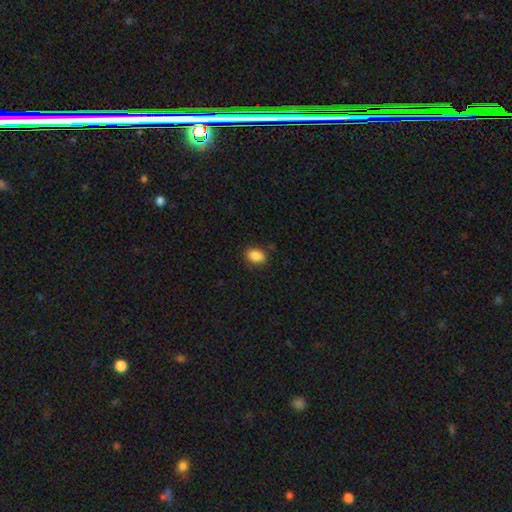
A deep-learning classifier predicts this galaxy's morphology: Q: Smooth or featured?
A: smooth (89%); runner-up: star or artifact (8%)
Q: How rounded?
A: in between (80%); runner-up: round (18%)
Q: Merging?
A: none (85%); runner-up: minor disturbance (11%)